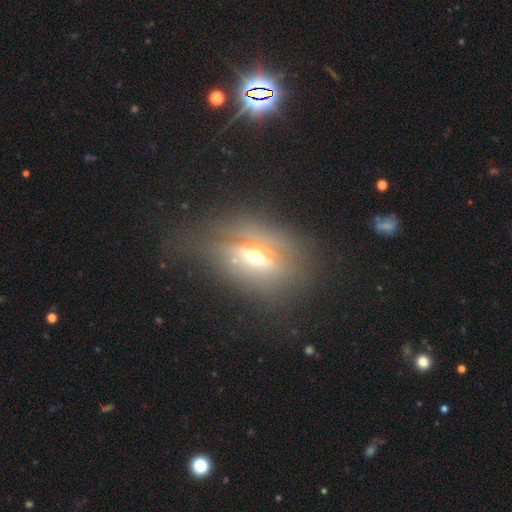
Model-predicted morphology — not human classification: type=featured or disk (50%); merging=none (56%).